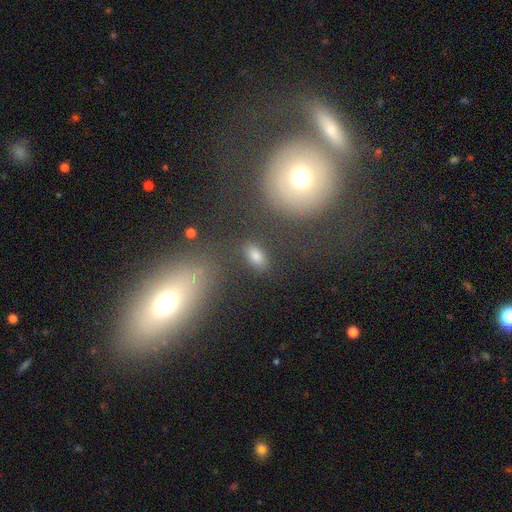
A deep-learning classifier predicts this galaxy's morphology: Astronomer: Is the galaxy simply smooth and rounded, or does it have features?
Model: smooth — 76%.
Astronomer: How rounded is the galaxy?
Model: in between — 84%.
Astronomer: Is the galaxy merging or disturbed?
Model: none — 77%.